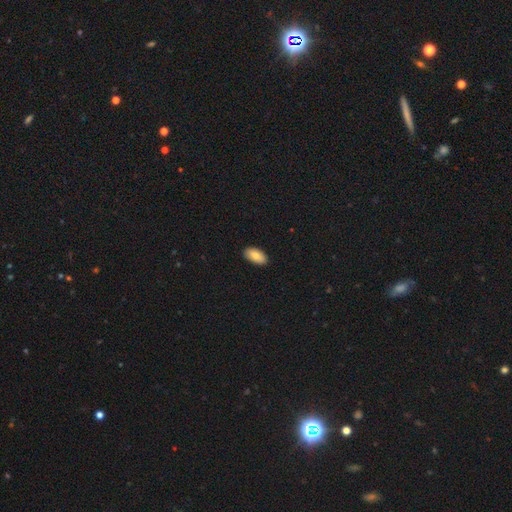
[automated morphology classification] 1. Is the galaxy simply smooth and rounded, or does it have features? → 83% smooth, 11% featured or disk, 6% star or artifact.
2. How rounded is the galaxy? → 95% in between, 3% cigar-shaped, 2% round.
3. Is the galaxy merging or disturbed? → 90% none, 7% minor disturbance, 1% major disturbance, 1% merger.